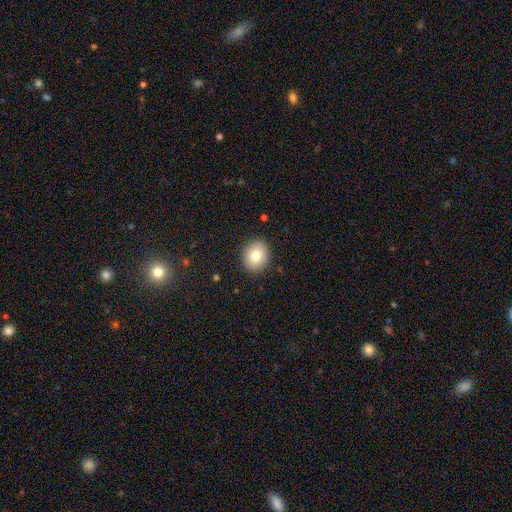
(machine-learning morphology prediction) This is clearly a smooth galaxy (80%). How rounded: likely round (66%). Merging: clearly none (89%).